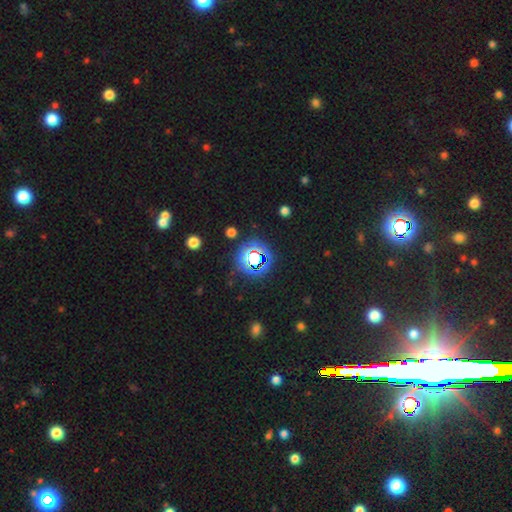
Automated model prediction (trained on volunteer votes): smooth_or_featured: star or artifact (p=0.68) [alt: smooth p=0.22]